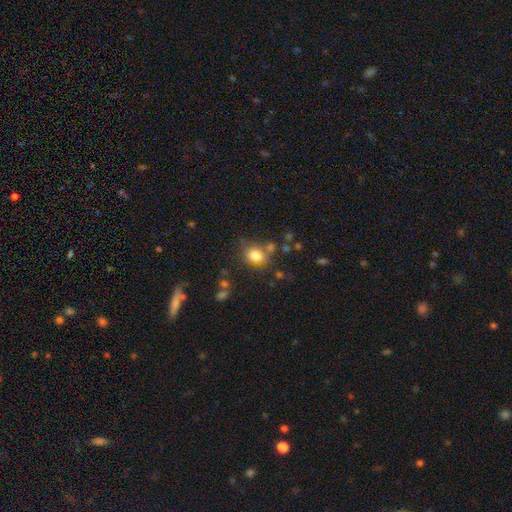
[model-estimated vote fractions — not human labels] Smooth or featured?
  - smooth: 80% *
  - star or artifact: 11%
  - featured or disk: 9%
How rounded?
  - round: 66% *
  - in between: 33%
  - cigar-shaped: 1%
Merging?
  - none: 67% *
  - minor disturbance: 17%
  - merger: 10%
  - major disturbance: 6%